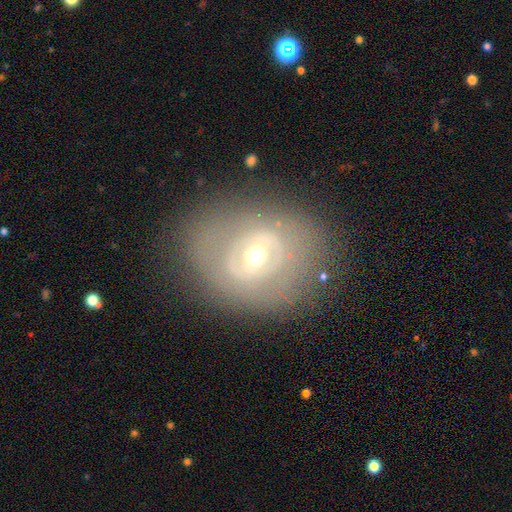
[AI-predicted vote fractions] The model was most divided on "bar": no: 42%, weak: 37%, strong: 21%. More confident: edge-on disk — no (94%); merging — none (77%); smooth or featured — featured or disk (68%); spiral arms — no (63%); bulge size — moderate (54%).